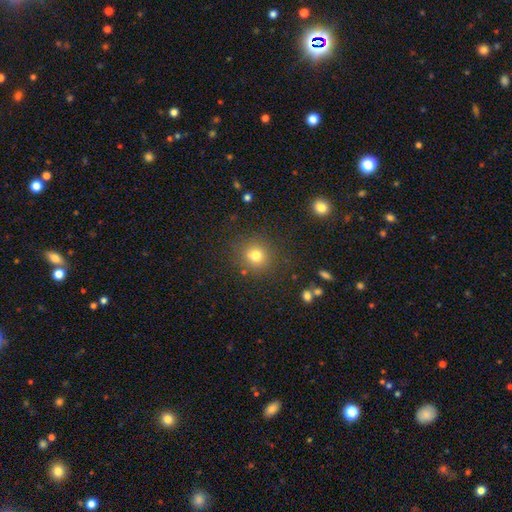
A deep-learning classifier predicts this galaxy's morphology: Smooth or featured? Predicted: smooth (p=0.77). How rounded? Predicted: round (p=0.88). Merging? Predicted: none (p=0.85).